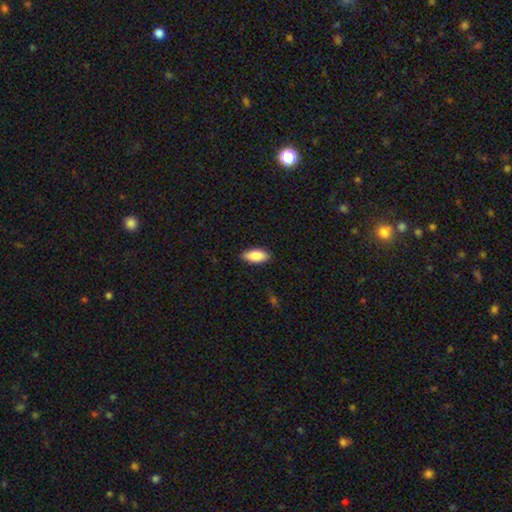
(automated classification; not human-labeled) A smooth galaxy with no disk features (88%) that is in between round and cigar-shaped (87%). Merging: none (87%).